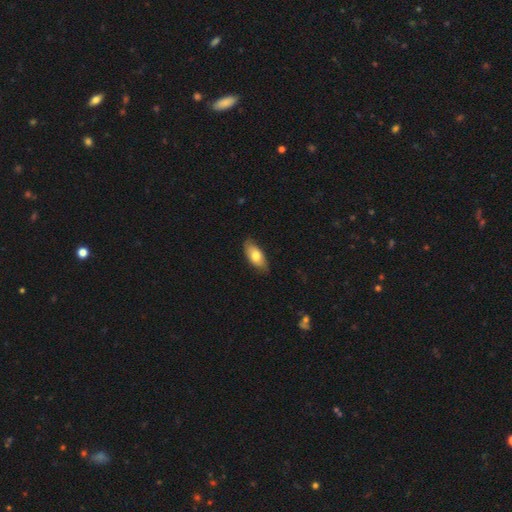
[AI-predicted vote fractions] Smooth or featured?
  - smooth: 74% *
  - featured or disk: 20%
  - star or artifact: 6%
How rounded?
  - in between: 87% *
  - cigar-shaped: 10%
  - round: 3%
Merging?
  - none: 81% *
  - minor disturbance: 16%
  - major disturbance: 2%
  - merger: 1%